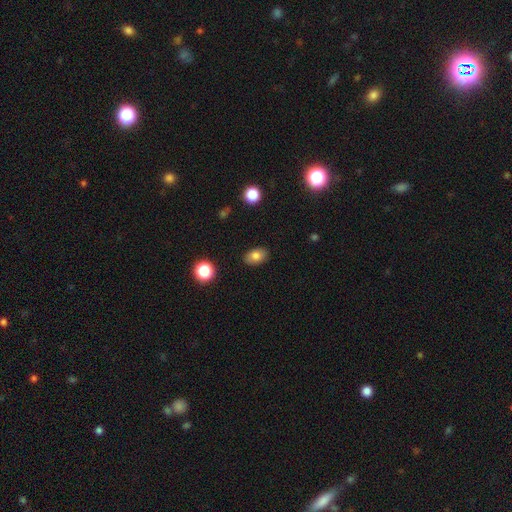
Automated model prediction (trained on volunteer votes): Smooth or featured? smooth (80%)
How rounded? in between (85%)
Merging? none (87%)